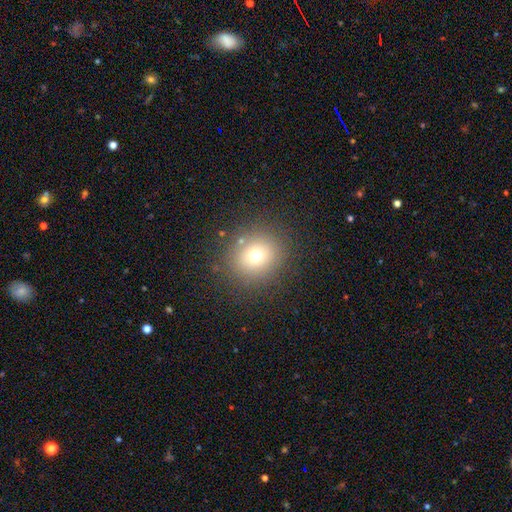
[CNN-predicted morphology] This is likely a smooth galaxy (71%). How rounded: clearly round (82%). Merging: clearly none (84%).